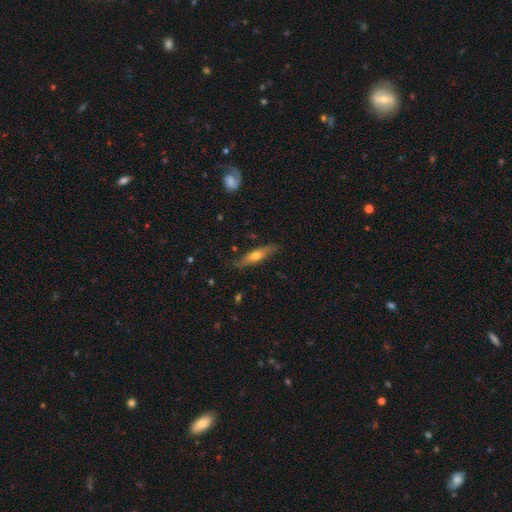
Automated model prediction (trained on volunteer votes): The model was most divided on "smooth or featured": smooth: 49%, featured or disk: 45%, star or artifact: 6%. More confident: merging — none (79%).